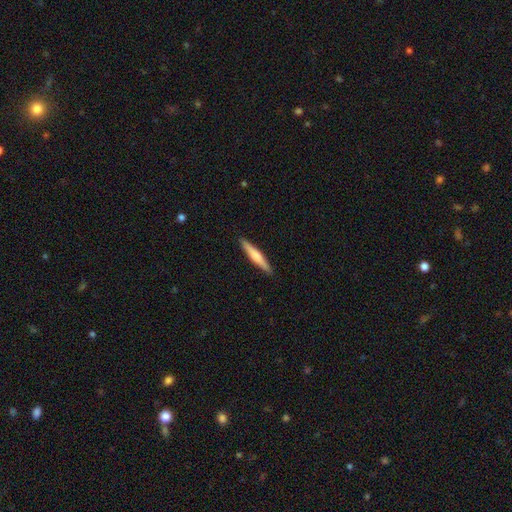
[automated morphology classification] Overall: smooth (55%; featured or disk 40%). How rounded: cigar-shaped (93%). Merging: none (91%).